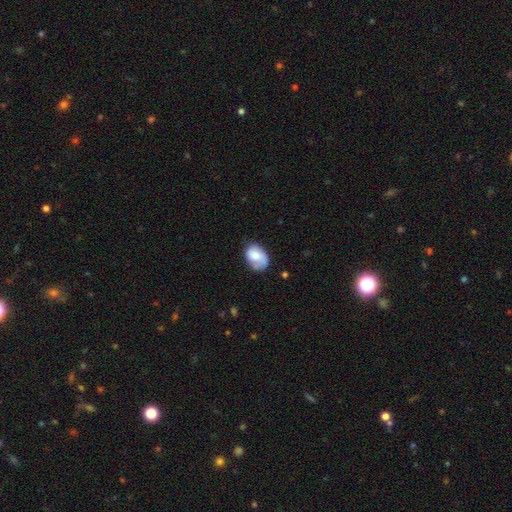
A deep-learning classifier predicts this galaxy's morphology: Smooth or featured: smooth — 70% (featured or disk — 23%)
How rounded: in between — 77% (round — 22%)
Merging: none — 51% (minor disturbance — 33%)